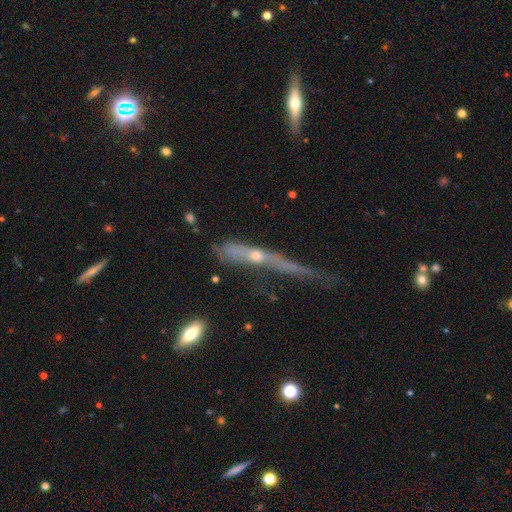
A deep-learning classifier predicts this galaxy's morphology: A featured or disk galaxy (56%) viewed edge-on (79%). Merging: none (35%).